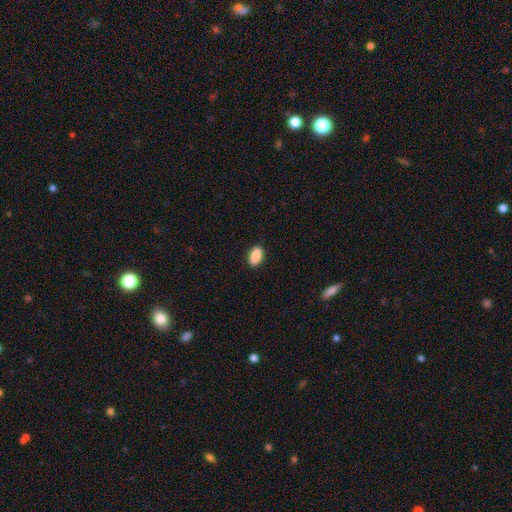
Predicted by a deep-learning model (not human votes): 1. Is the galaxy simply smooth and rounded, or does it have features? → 89% smooth, 7% star or artifact, 4% featured or disk.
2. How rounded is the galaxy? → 92% in between, 4% round, 4% cigar-shaped.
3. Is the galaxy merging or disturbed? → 89% none, 8% minor disturbance, 2% major disturbance, 1% merger.